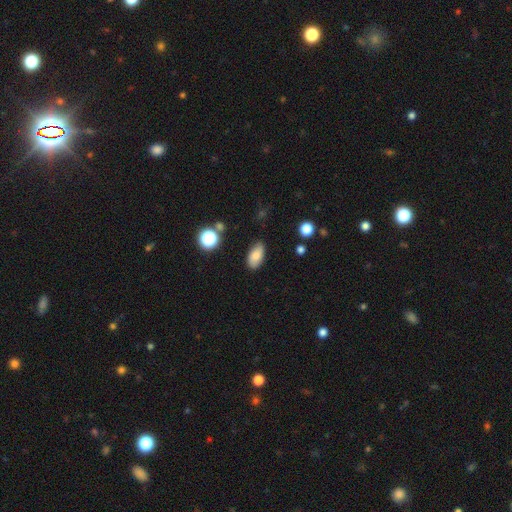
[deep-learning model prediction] Smooth or featured?
  - smooth: 80% *
  - featured or disk: 11%
  - star or artifact: 9%
How rounded?
  - in between: 92% *
  - round: 5%
  - cigar-shaped: 3%
Merging?
  - none: 80% *
  - minor disturbance: 15%
  - major disturbance: 3%
  - merger: 2%